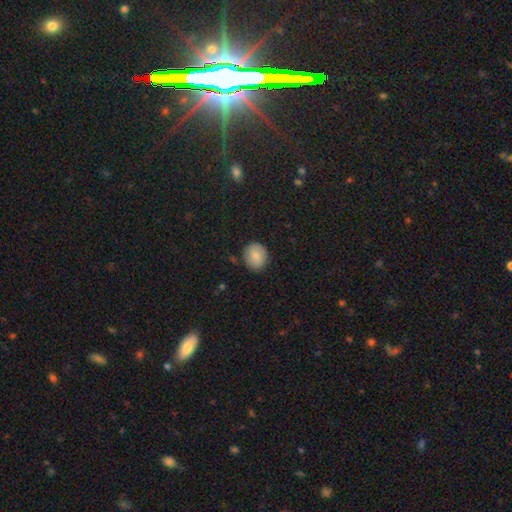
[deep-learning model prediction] This appears to be a smooth galaxy with no disk features (84%) that is round (67%). Merging: none (85%).